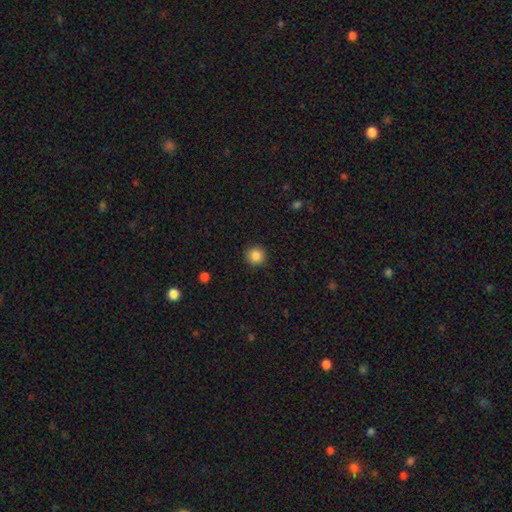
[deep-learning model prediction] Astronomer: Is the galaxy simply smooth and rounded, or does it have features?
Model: smooth — 86%.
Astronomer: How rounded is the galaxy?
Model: round — 94%.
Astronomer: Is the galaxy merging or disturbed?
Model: none — 92%.